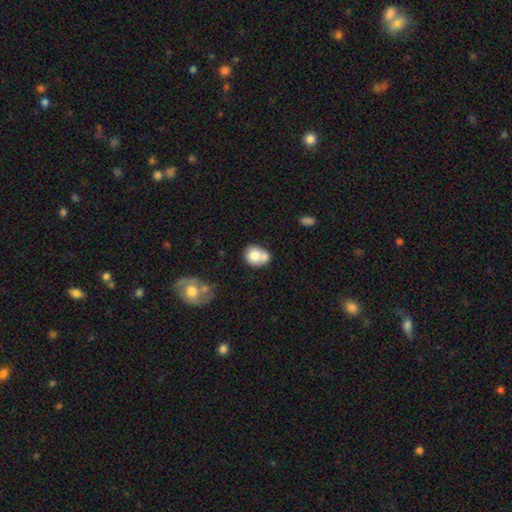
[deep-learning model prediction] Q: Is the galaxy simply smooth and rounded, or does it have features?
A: smooth — 76%.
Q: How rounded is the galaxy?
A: round — 60%.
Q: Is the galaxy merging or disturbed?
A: merger — 46%.